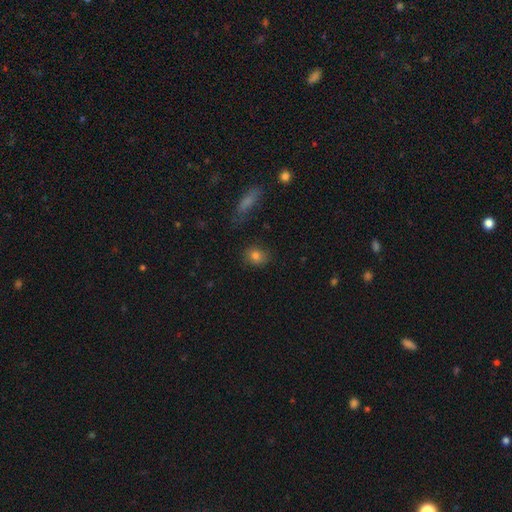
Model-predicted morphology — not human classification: Q: Smooth or featured?
A: smooth (81%); runner-up: star or artifact (11%)
Q: How rounded?
A: round (60%); runner-up: in between (38%)
Q: Merging?
A: none (80%); runner-up: minor disturbance (14%)